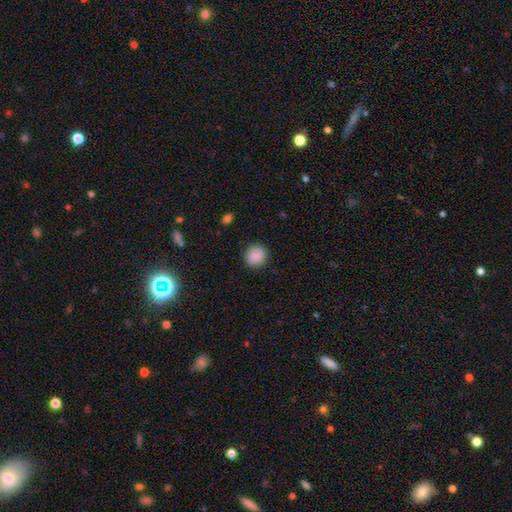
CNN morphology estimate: Smooth or featured?
  - smooth: 88% *
  - star or artifact: 8%
  - featured or disk: 4%
How rounded?
  - round: 88% *
  - in between: 11%
  - cigar-shaped: 1%
Merging?
  - none: 89% *
  - minor disturbance: 8%
  - major disturbance: 2%
  - merger: 1%